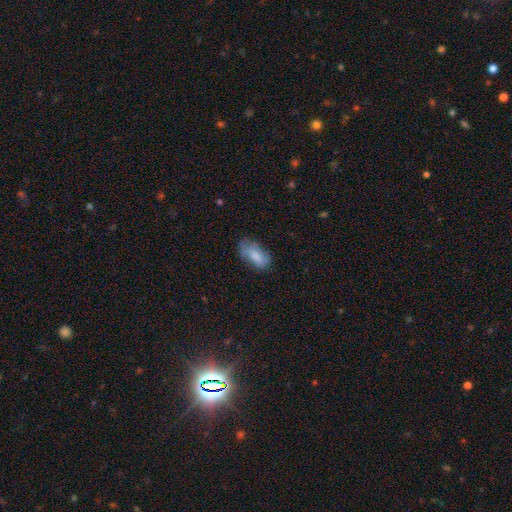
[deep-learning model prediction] Smooth or featured: smooth — 79% (featured or disk — 14%)
How rounded: in between — 91% (cigar-shaped — 6%)
Merging: none — 57% (minor disturbance — 30%)